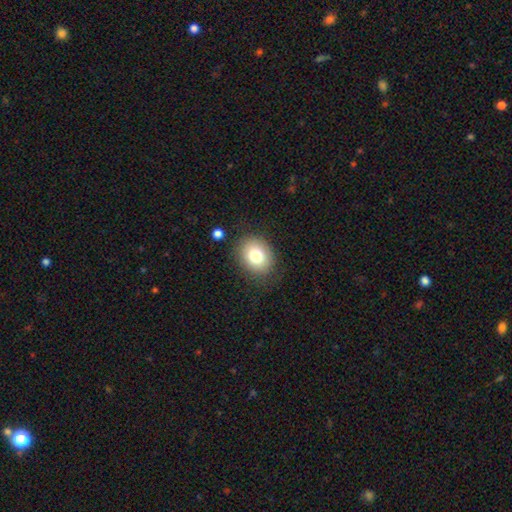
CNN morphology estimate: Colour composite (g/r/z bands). It shows a smooth galaxy with no disk features (78%) that is round (53%). Merging: none (82%).